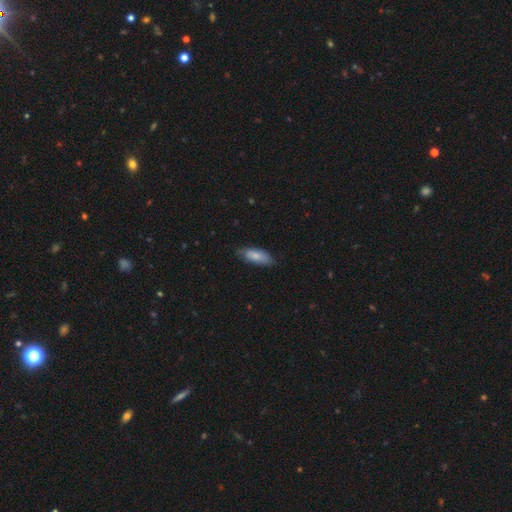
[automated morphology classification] This appears to be a smooth galaxy with no disk features (74%) that is in between round and cigar-shaped (76%). Merging: none (69%).